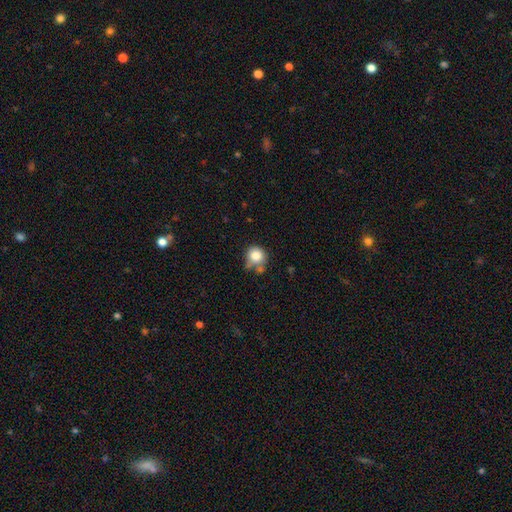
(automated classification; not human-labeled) A smooth galaxy with no disk features (81%) that is round (89%). Merging: none (58%).